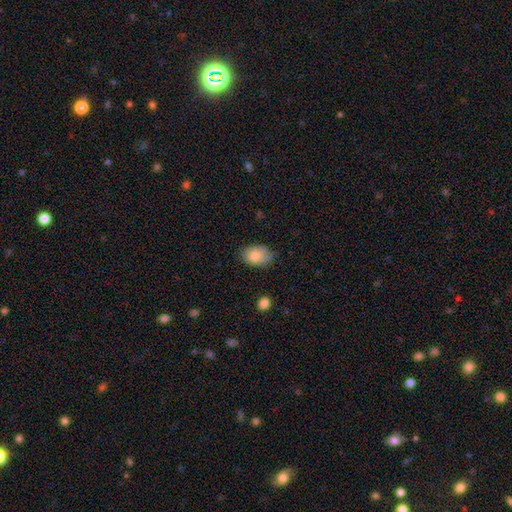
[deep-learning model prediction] Morphology: type=smooth (81%); roundness=in between (81%); merging=none (56%).